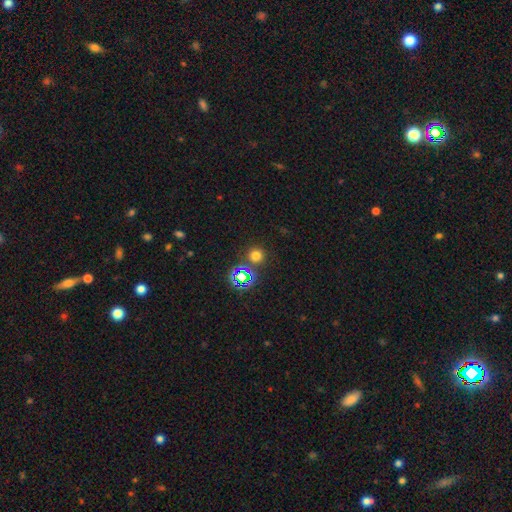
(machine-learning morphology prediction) smooth-or-featured: smooth: 68% | star or artifact: 27% | featured or disk: 6%
  how-rounded: round: 93% | in between: 6% | cigar-shaped: 1%
  merging: none: 82% | merger: 8% | minor disturbance: 7% | major disturbance: 3%